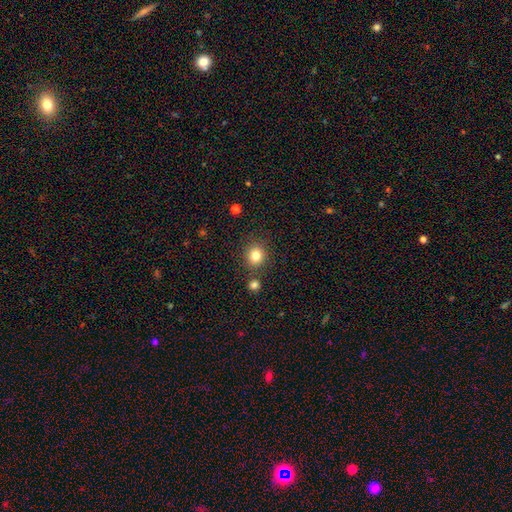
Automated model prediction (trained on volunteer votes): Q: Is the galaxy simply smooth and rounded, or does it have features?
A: smooth — 82%.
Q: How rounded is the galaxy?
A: round — 85%.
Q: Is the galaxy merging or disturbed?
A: none — 84%.